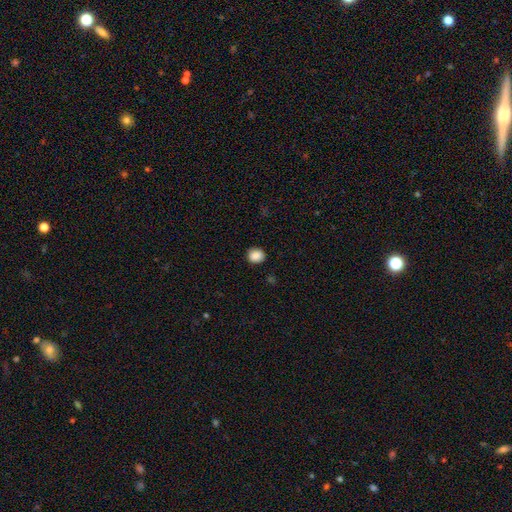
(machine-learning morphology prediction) A smooth galaxy with no disk features (88%) that is round (76%).

Vote fractions:
- Smooth or featured? smooth: 88% / star or artifact: 9% / featured or disk: 3%
- How rounded? round: 76% / in between: 23% / cigar-shaped: 1%
- Merging? none: 90% / minor disturbance: 7% / major disturbance: 2% / merger: 1%